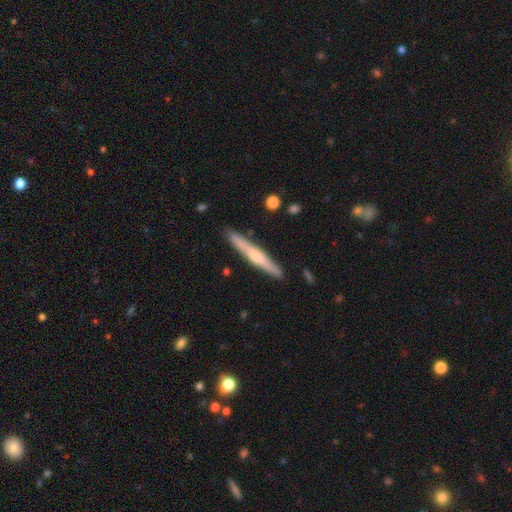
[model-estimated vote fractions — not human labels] A featured or disk galaxy (52%) viewed edge-on (96%).

Vote fractions:
- Smooth or featured? featured or disk: 52% / smooth: 43% / star or artifact: 5%
- Edge-on disk? yes: 96% / no: 4%
- Merging? none: 89% / minor disturbance: 8% / merger: 2% / major disturbance: 2%